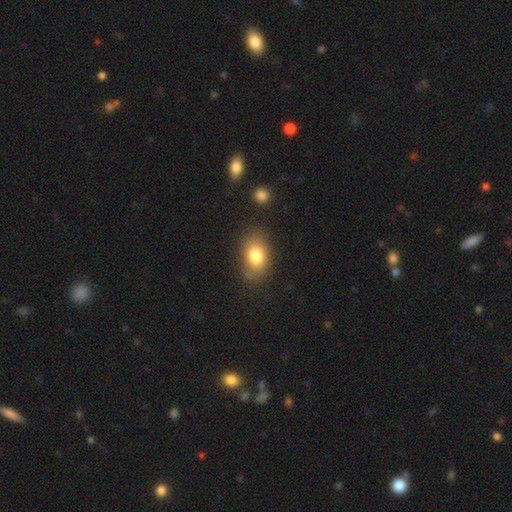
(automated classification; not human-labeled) This appears to be a smooth galaxy with no disk features (80%) that is in between round and cigar-shaped (83%). Merging: none (75%).